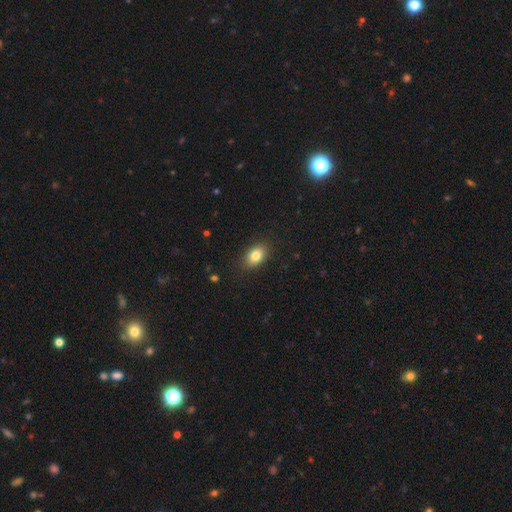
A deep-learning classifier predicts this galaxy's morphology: Smooth or featured: smooth — 82% (featured or disk — 9%)
How rounded: in between — 82% (round — 16%)
Merging: none — 87% (minor disturbance — 10%)